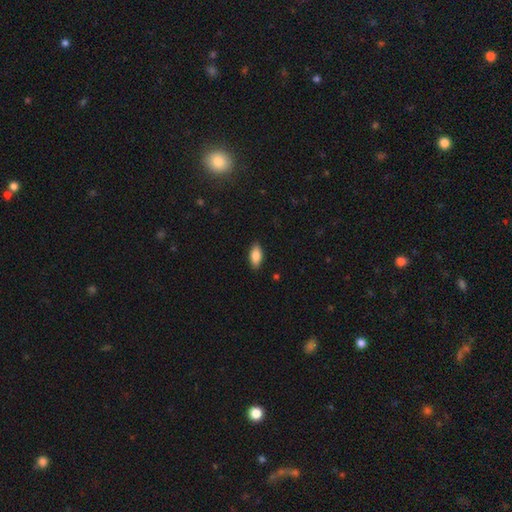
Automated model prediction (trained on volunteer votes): A smooth galaxy with no disk features (84%) that is in between round and cigar-shaped (88%). Merging: none (87%).